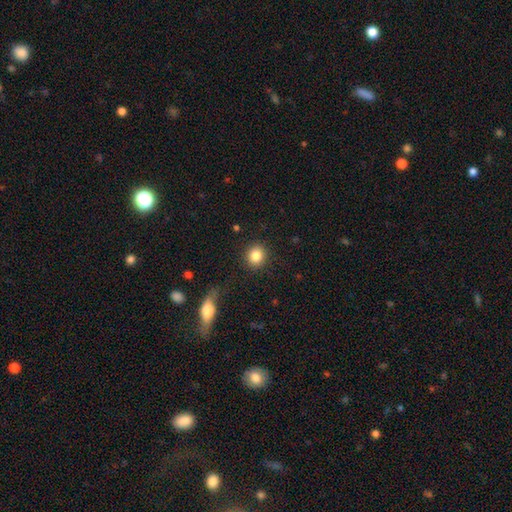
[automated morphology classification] A smooth galaxy with no disk features (84%) that is round (86%).

Vote fractions:
- Smooth or featured? smooth: 84% / star or artifact: 10% / featured or disk: 6%
- How rounded? round: 86% / in between: 13% / cigar-shaped: 1%
- Merging? none: 90% / minor disturbance: 6% / major disturbance: 2% / merger: 1%